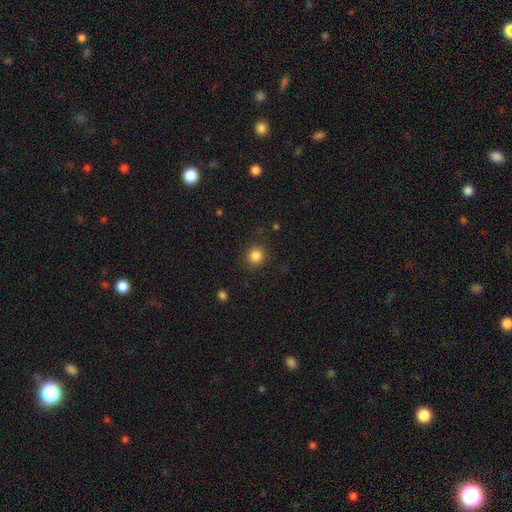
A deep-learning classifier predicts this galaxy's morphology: This is clearly a smooth galaxy (84%). How rounded: clearly round (91%). Merging: clearly none (89%).